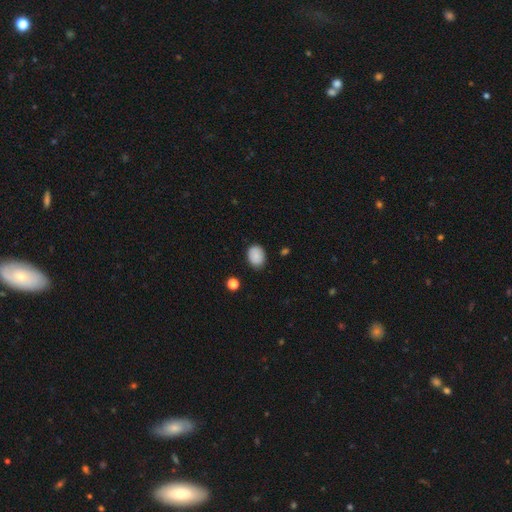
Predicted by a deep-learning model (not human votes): A smooth galaxy with no disk features (87%) that is in between round and cigar-shaped (64%).

Vote fractions:
- Smooth or featured? smooth: 87% / star or artifact: 8% / featured or disk: 5%
- How rounded? in between: 64% / round: 35% / cigar-shaped: 1%
- Merging? none: 84% / minor disturbance: 12% / major disturbance: 3% / merger: 1%